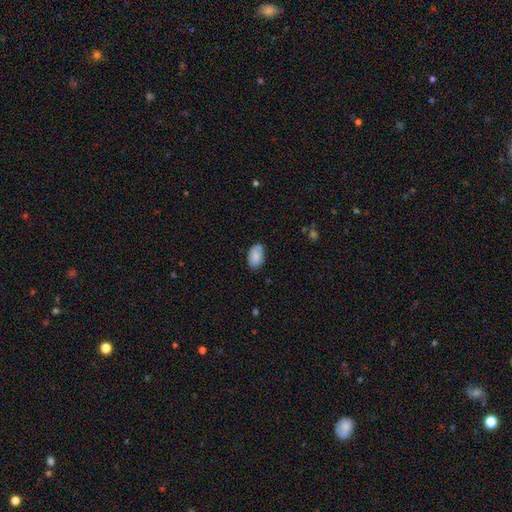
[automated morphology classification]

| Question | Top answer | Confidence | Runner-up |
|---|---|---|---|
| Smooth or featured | smooth | 85% | featured or disk (9%) |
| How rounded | in between | 92% | round (7%) |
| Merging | none | 79% | minor disturbance (17%) |